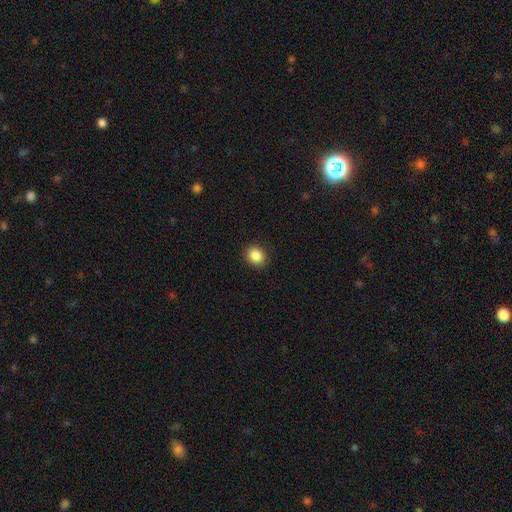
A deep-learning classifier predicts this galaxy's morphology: Smooth or featured? smooth (87%)
How rounded? round (66%)
Merging? none (90%)